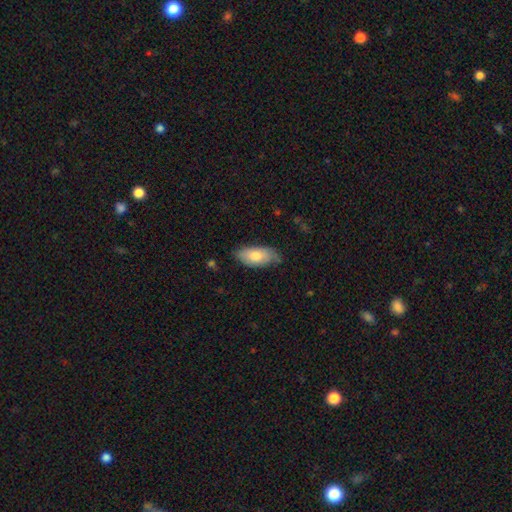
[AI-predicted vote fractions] The model was most divided on "merging": none: 65%, minor disturbance: 29%, major disturbance: 5%, merger: 1%. More confident: how rounded — in between (90%); smooth or featured — smooth (75%).